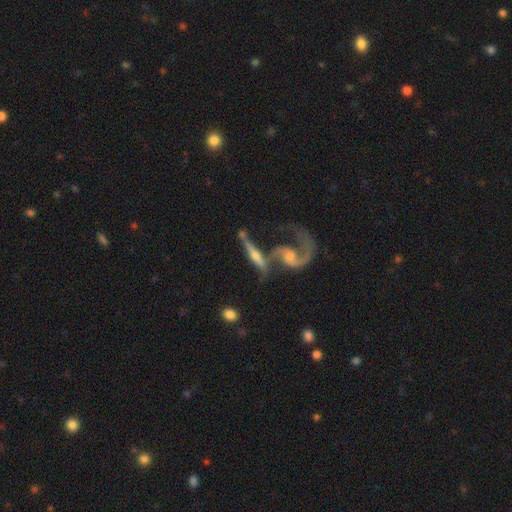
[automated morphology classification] This is likely a featured or disk galaxy (74%). It is likely viewed edge-on (62%). Merging: marginally merger (40%).